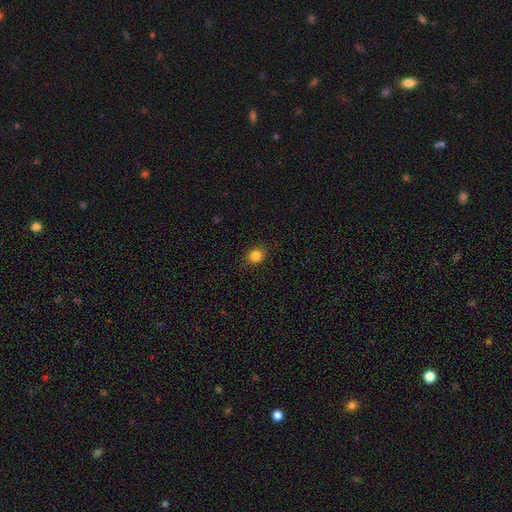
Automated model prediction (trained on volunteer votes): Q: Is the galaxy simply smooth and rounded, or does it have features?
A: smooth — 84%.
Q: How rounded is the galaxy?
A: round — 69%.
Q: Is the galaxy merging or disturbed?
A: none — 87%.